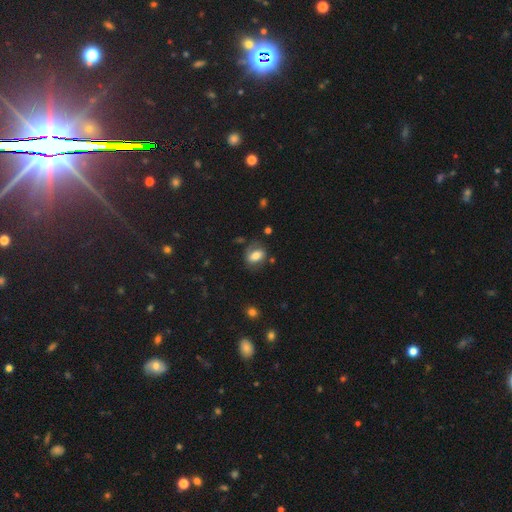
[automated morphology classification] Q: Smooth or featured?
A: smooth (66%); runner-up: featured or disk (25%)
Q: How rounded?
A: in between (77%); runner-up: round (21%)
Q: Merging?
A: none (67%); runner-up: minor disturbance (20%)